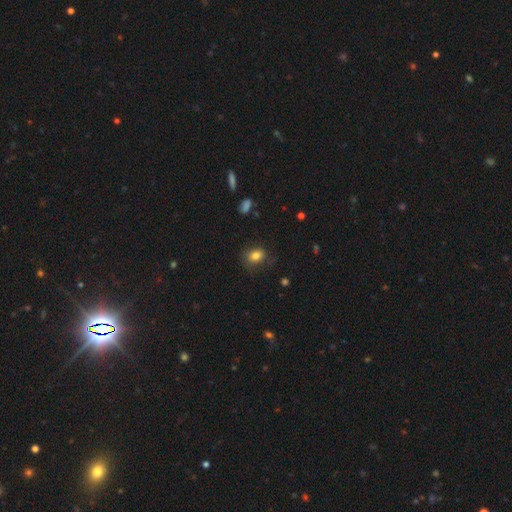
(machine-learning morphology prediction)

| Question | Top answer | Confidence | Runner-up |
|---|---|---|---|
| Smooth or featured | smooth | 80% | star or artifact (10%) |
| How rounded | in between | 63% | round (35%) |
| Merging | none | 70% | minor disturbance (20%) |